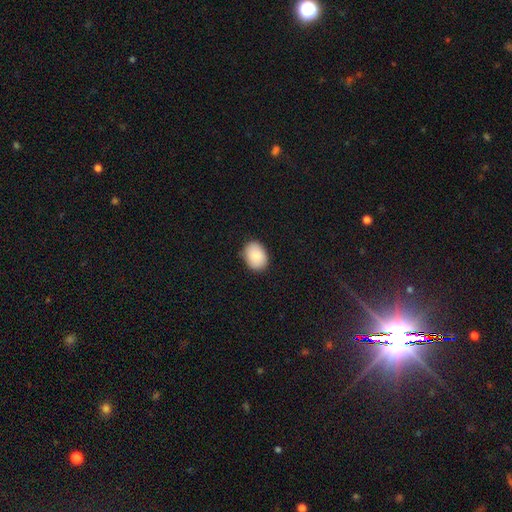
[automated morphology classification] The model was most divided on "how rounded": in between: 70%, round: 29%, cigar-shaped: 1%. More confident: smooth or featured — smooth (88%); merging — none (87%).